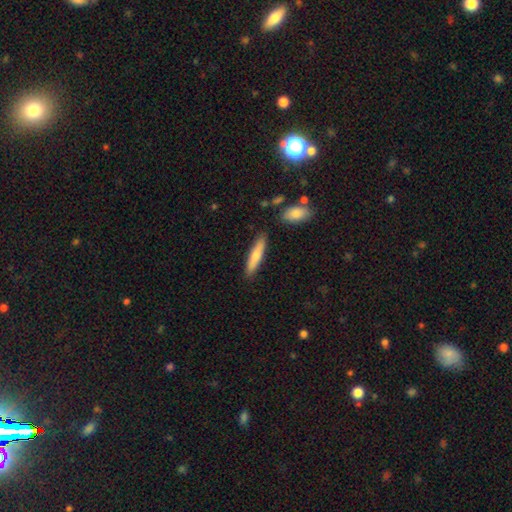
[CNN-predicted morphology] This appears to be a smooth galaxy with no disk features (68%) that is cigar-shaped (84%). Merging: none (86%).